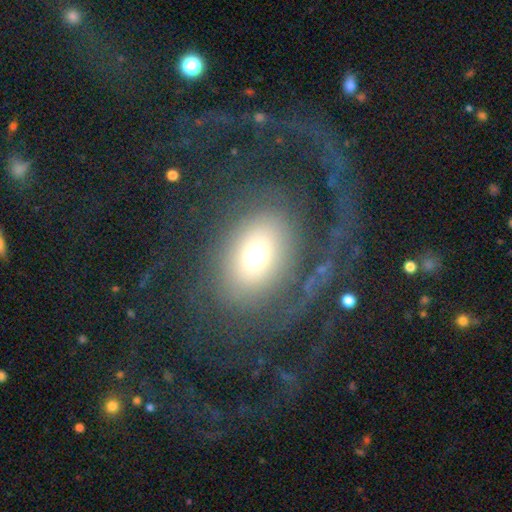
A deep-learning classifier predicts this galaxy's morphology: This appears to be a smooth galaxy with no disk features (52%) that is in between round and cigar-shaped (60%). Merging: none (48%).